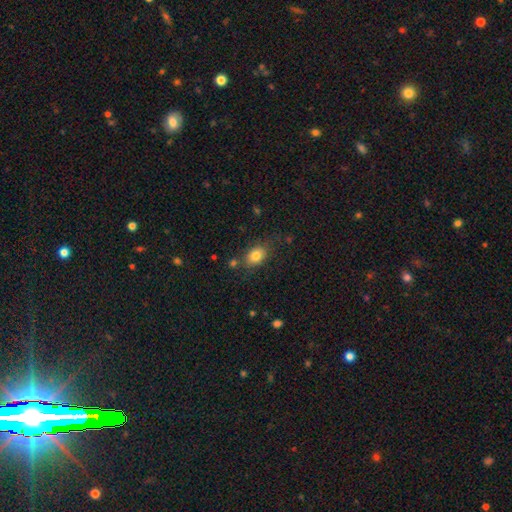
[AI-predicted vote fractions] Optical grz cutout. It shows a smooth galaxy with no disk features (81%) that is in between round and cigar-shaped (74%). Merging: none (72%).